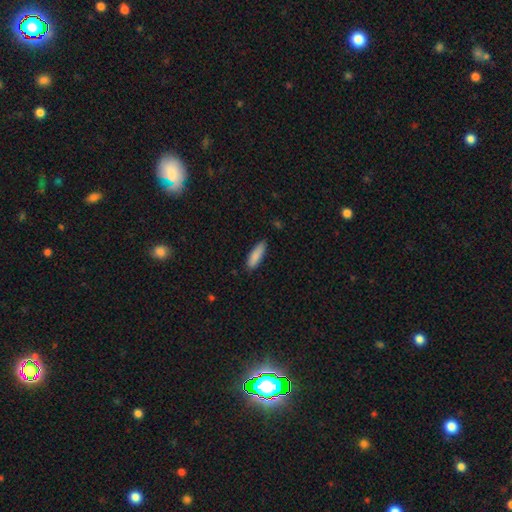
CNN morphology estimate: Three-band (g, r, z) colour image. It shows a smooth galaxy with no disk features (87%) that is cigar-shaped (50%). Merging: none (79%).